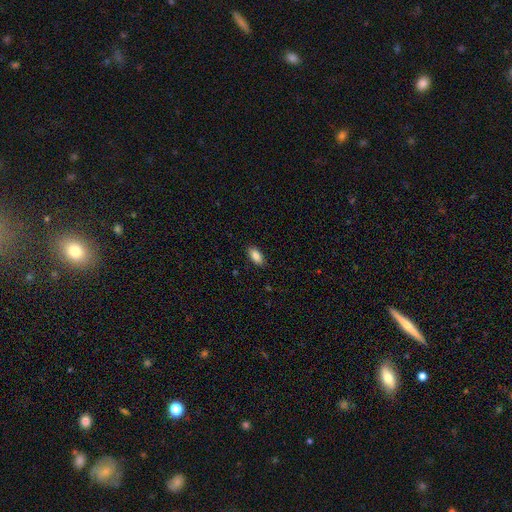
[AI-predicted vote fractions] Q: Smooth or featured?
A: smooth (86%); runner-up: star or artifact (7%)
Q: How rounded?
A: in between (89%); runner-up: cigar-shaped (8%)
Q: Merging?
A: none (87%); runner-up: minor disturbance (10%)